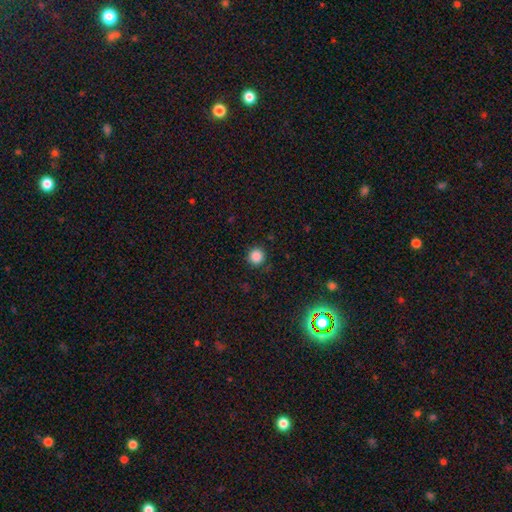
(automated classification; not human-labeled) The model was most divided on "smooth or featured": smooth: 84%, star or artifact: 12%, featured or disk: 3%. More confident: how rounded — round (95%); merging — none (89%).